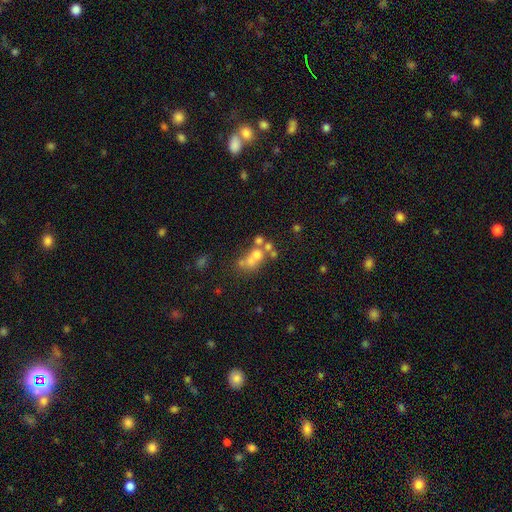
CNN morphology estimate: A smooth galaxy with no disk features (44%).

Vote fractions:
- Smooth or featured? smooth: 44% / featured or disk: 31% / star or artifact: 25%
- Merging? merger: 46% / none: 34% / minor disturbance: 10% / major disturbance: 10%